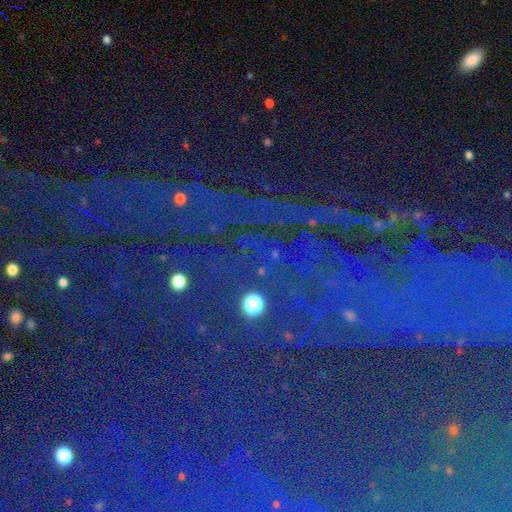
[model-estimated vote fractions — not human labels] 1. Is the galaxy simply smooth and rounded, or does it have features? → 85% star or artifact, 8% featured or disk, 7% smooth.